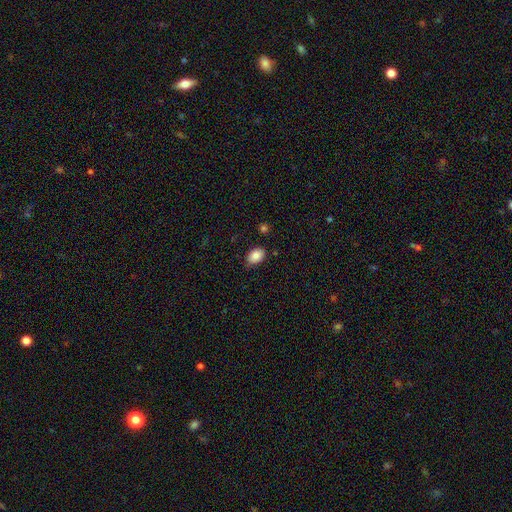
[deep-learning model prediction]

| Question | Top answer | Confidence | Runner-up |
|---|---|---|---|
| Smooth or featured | smooth | 86% | star or artifact (8%) |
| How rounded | in between | 83% | round (16%) |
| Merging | none | 76% | minor disturbance (19%) |